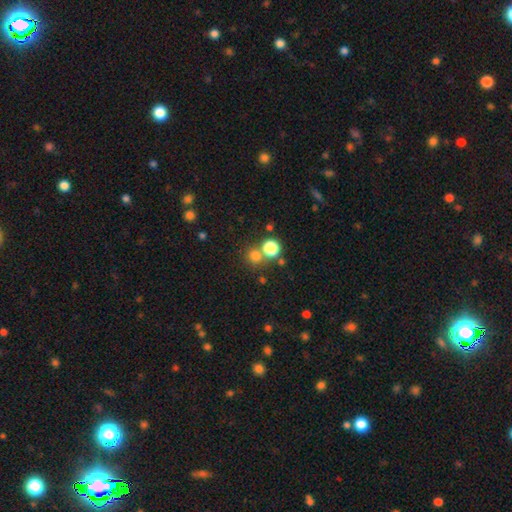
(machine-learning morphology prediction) type=smooth (72%); roundness=round (89%); merging=none (68%).